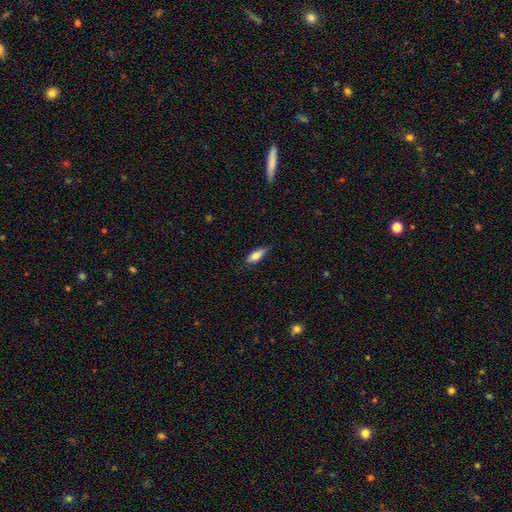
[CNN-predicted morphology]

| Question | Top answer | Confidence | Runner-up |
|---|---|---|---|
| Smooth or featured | smooth | 77% | featured or disk (17%) |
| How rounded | in between | 65% | cigar-shaped (33%) |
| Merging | none | 78% | minor disturbance (18%) |